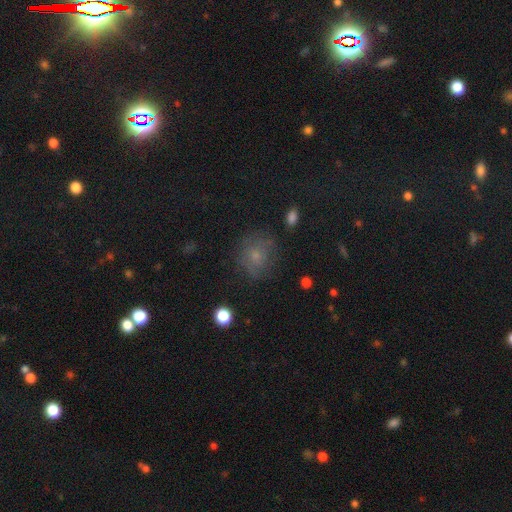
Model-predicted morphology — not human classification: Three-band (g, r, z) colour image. It shows a smooth galaxy with no disk features (64%) that is round (78%). Merging: none (70%).